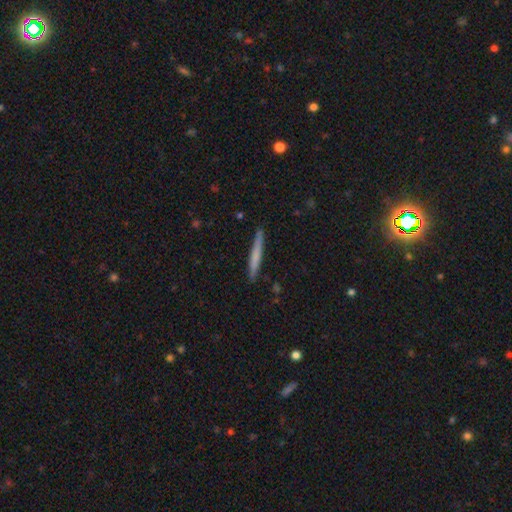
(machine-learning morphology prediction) Smooth or featured? smooth (61%)
How rounded? cigar-shaped (96%)
Merging? none (89%)